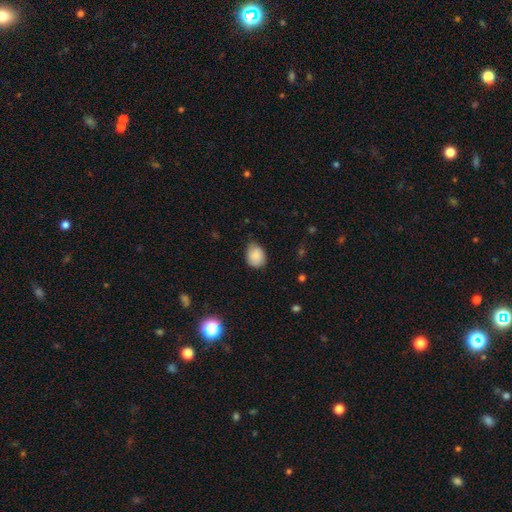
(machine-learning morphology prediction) Smooth or featured? Predicted: smooth (p=0.84). How rounded? Predicted: in between (p=0.59). Merging? Predicted: none (p=0.63).